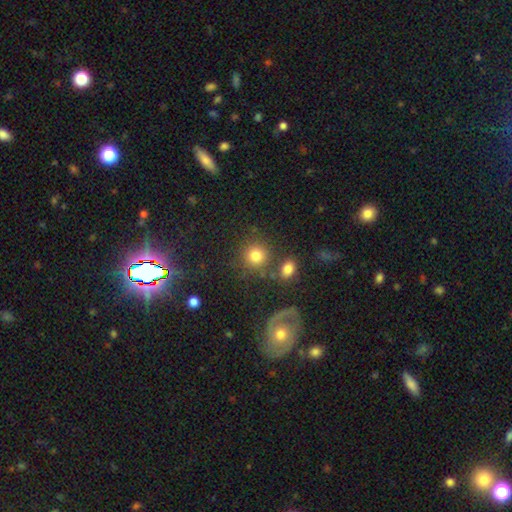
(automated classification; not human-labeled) Q: Smooth or featured?
A: smooth (77%); runner-up: star or artifact (13%)
Q: How rounded?
A: round (88%); runner-up: in between (11%)
Q: Merging?
A: none (73%); runner-up: minor disturbance (11%)